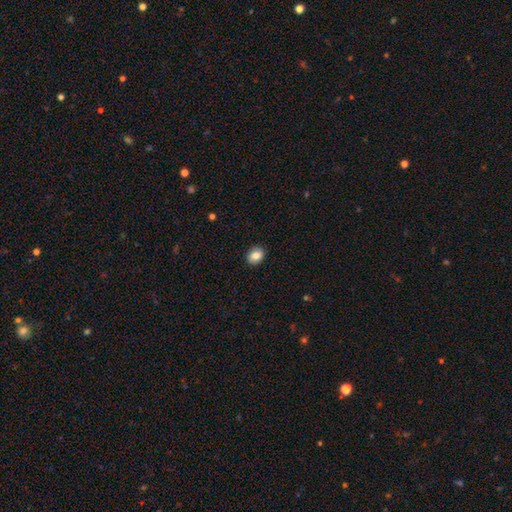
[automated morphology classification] This appears to be a smooth galaxy with no disk features (84%) that is in between round and cigar-shaped (61%). Merging: none (89%).